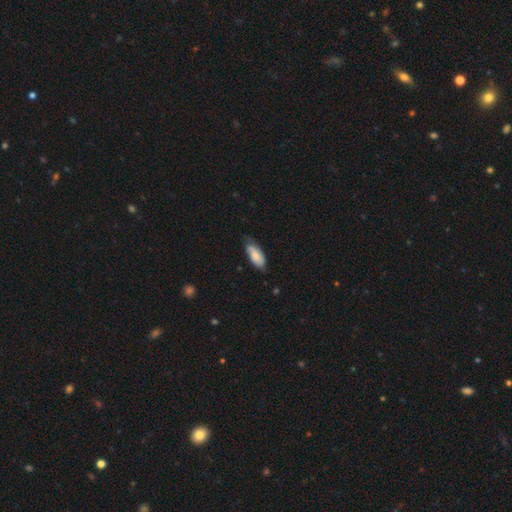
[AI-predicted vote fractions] smooth-or-featured: smooth: 73% | featured or disk: 21% | star or artifact: 6%
  how-rounded: in between: 83% | cigar-shaped: 15% | round: 2%
  merging: none: 60% | minor disturbance: 32% | major disturbance: 6% | merger: 2%